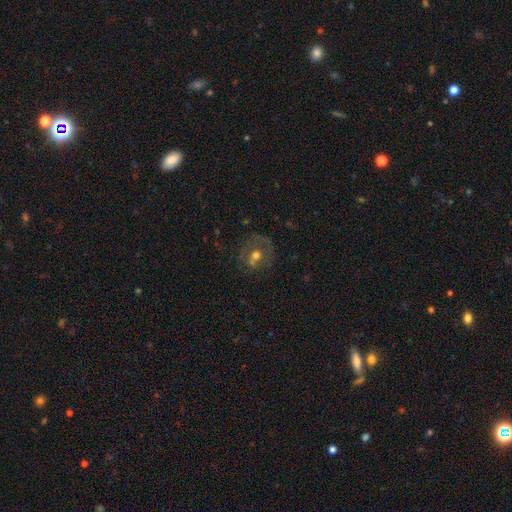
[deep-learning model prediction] This appears to be a featured or disk galaxy (47%). Merging: none (58%).